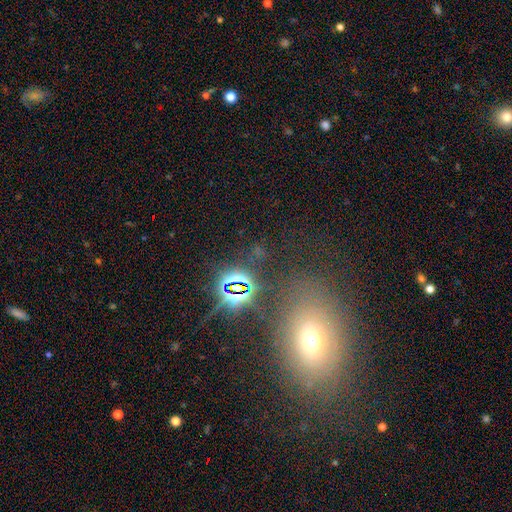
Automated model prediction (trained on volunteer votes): A star or artifact, not a galaxy (55%).

Vote fractions:
- Smooth or featured? star or artifact: 55% / smooth: 28% / featured or disk: 17%